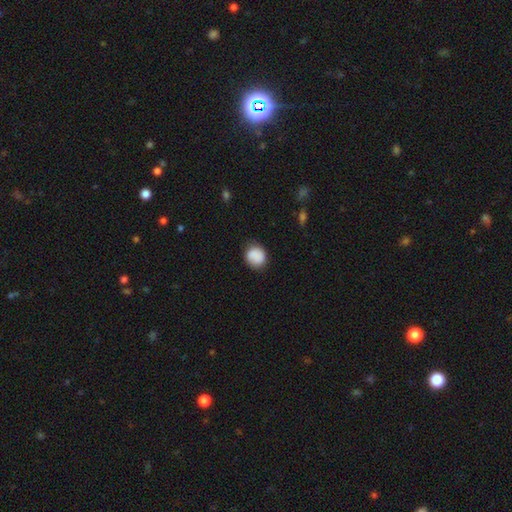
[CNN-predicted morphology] smooth-or-featured: smooth: 88% | star or artifact: 8% | featured or disk: 5%
  how-rounded: round: 78% | in between: 21% | cigar-shaped: 1%
  merging: none: 79% | minor disturbance: 16% | major disturbance: 4% | merger: 2%